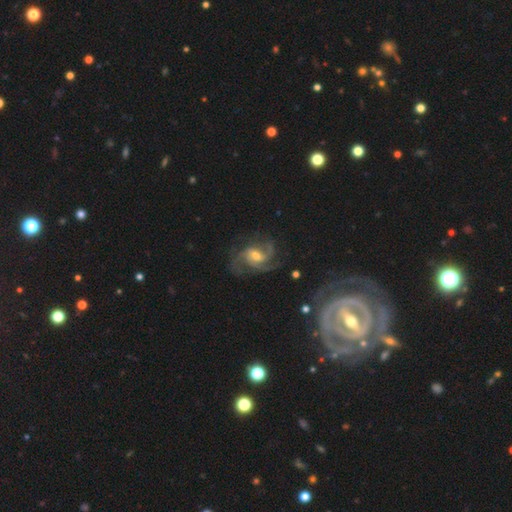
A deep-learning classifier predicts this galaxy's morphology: A featured or disk galaxy (88%) with a weak bar (50%), 3 (44%) medium (53%) spiral arms (97%) and a moderate central bulge (57%). Merging: none (63%).